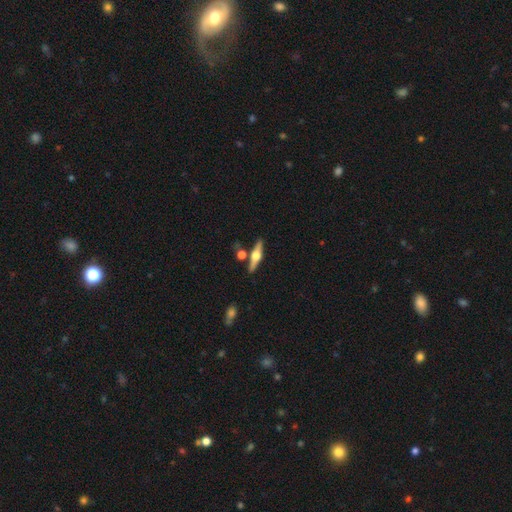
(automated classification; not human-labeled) Smooth or featured? Predicted: featured or disk (p=0.71). Edge-on disk? Predicted: yes (p=0.96). Edge-on bulge? Predicted: rounded (p=0.95). Merging? Predicted: none (p=0.80).